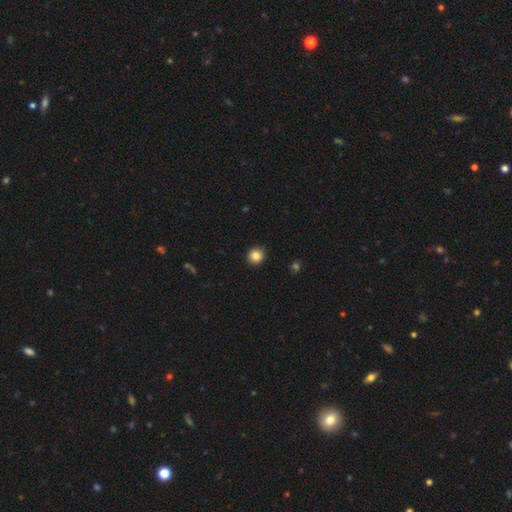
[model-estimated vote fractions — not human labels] A smooth galaxy with no disk features (85%) that is round (91%). Merging: none (91%).